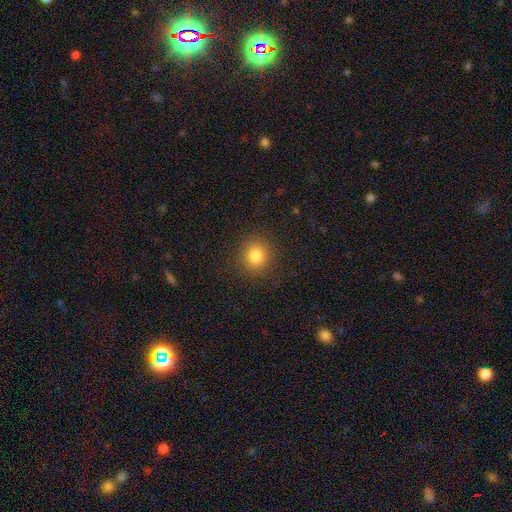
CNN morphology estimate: This is clearly a smooth galaxy (81%). How rounded: clearly round (88%). Merging: clearly none (89%).